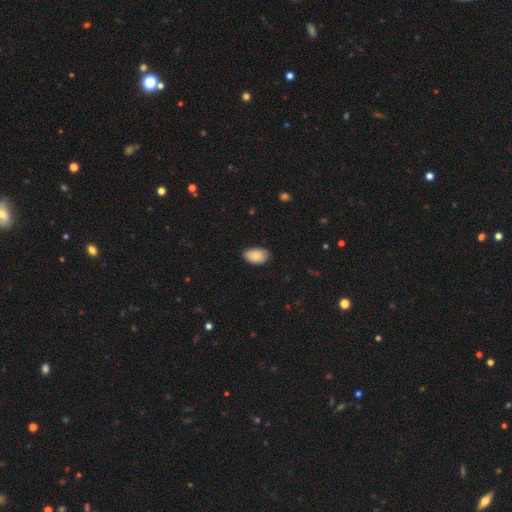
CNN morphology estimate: The model was most divided on "merging": none: 79%, minor disturbance: 17%, major disturbance: 2%, merger: 1%. More confident: how rounded — in between (93%); smooth or featured — smooth (84%).